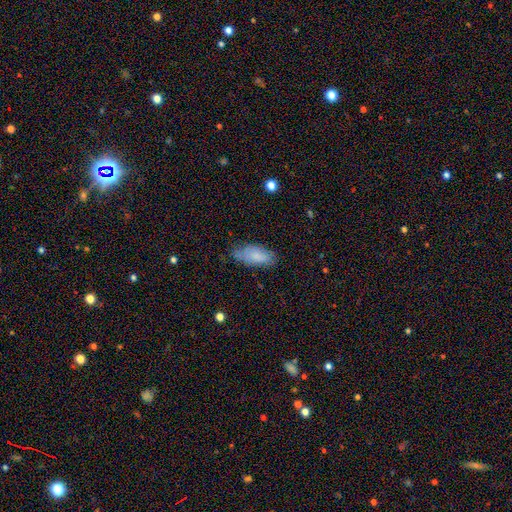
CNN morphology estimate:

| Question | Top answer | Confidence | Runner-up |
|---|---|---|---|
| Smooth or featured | smooth | 78% | featured or disk (15%) |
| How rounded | in between | 87% | cigar-shaped (11%) |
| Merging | none | 68% | minor disturbance (25%) |